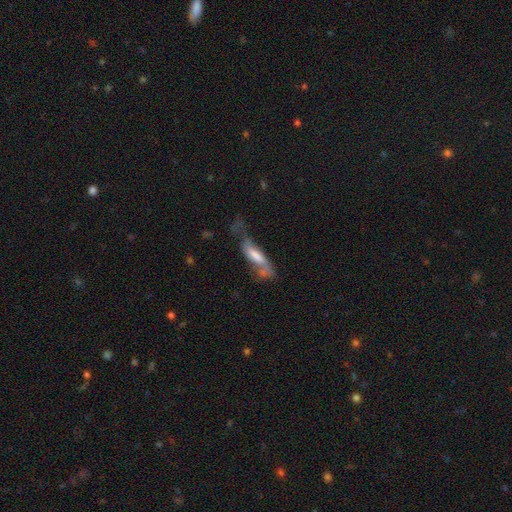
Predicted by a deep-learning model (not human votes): A smooth galaxy with no disk features (51%) that is cigar-shaped (57%). Merging: major disturbance (39%).